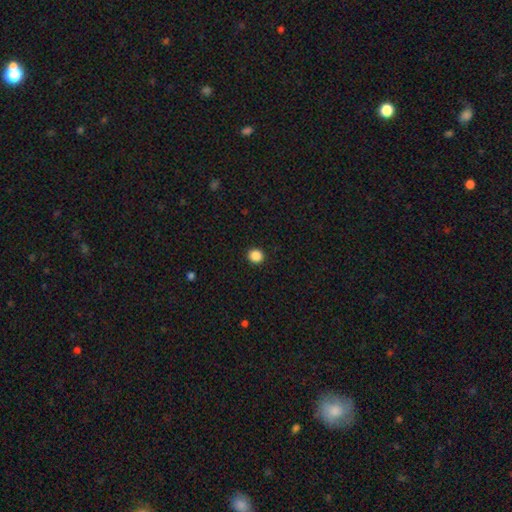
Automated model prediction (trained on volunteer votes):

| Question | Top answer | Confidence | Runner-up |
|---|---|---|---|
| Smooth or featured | smooth | 87% | star or artifact (10%) |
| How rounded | round | 89% | in between (10%) |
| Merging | none | 93% | minor disturbance (5%) |